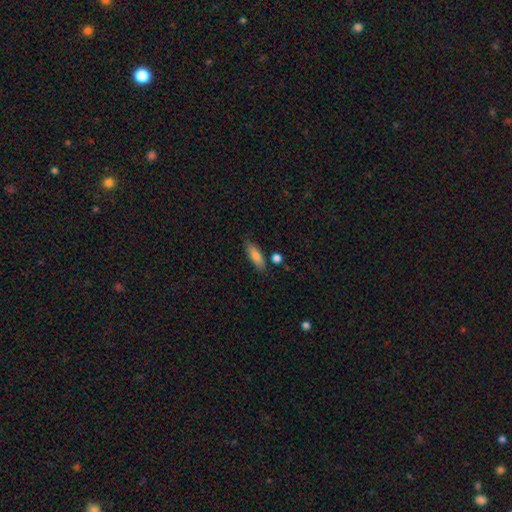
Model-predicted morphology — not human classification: This appears to be a smooth galaxy with no disk features (78%) that is cigar-shaped (49%). Merging: none (80%).